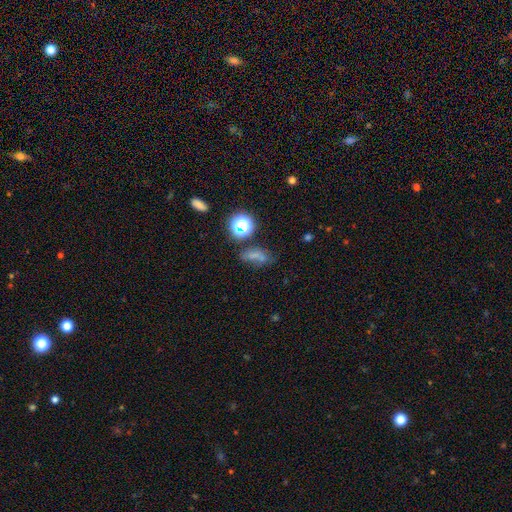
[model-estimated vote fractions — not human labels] smooth_or_featured: smooth (p=0.59) [alt: star or artifact p=0.27]
how_rounded: in between (p=0.64) [alt: round p=0.23]
merging: none (p=0.48) [alt: minor disturbance p=0.23]